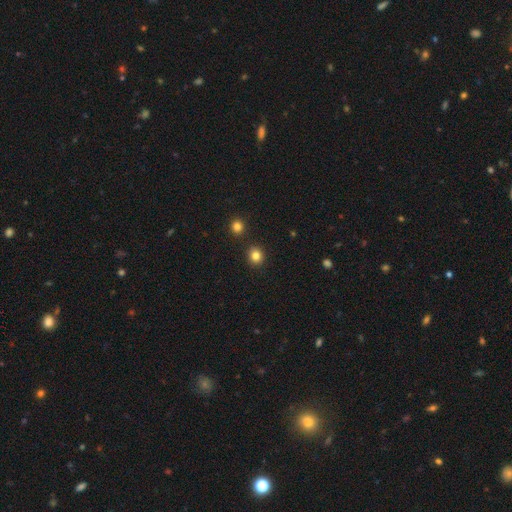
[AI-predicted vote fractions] A smooth galaxy with no disk features (83%) that is round (87%). Merging: none (90%).